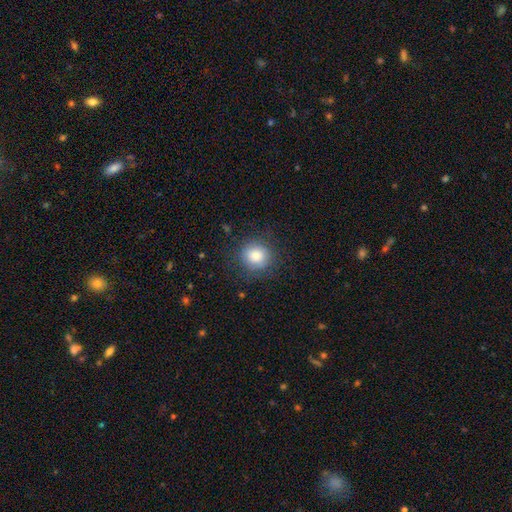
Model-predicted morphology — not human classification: Q: Smooth or featured?
A: smooth (82%); runner-up: star or artifact (9%)
Q: How rounded?
A: round (89%); runner-up: in between (10%)
Q: Merging?
A: none (83%); runner-up: minor disturbance (11%)